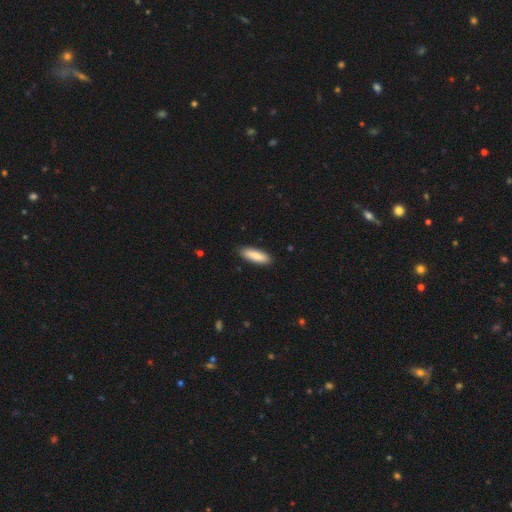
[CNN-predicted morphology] A smooth galaxy with no disk features (86%) that is in between round and cigar-shaped (49%, tied with cigar-shaped).

Vote fractions:
- Smooth or featured? smooth: 86% / featured or disk: 9% / star or artifact: 5%
- How rounded? in between: 49% (tied) / cigar-shaped: 49% (tied) / round: 2%
- Merging? none: 89% / minor disturbance: 8% / major disturbance: 2% / merger: 1%